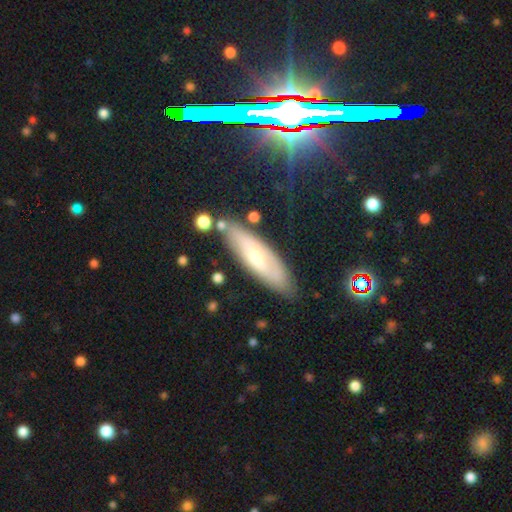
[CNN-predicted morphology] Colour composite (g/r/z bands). It shows a smooth galaxy with no disk features (46%). Merging: none (79%).